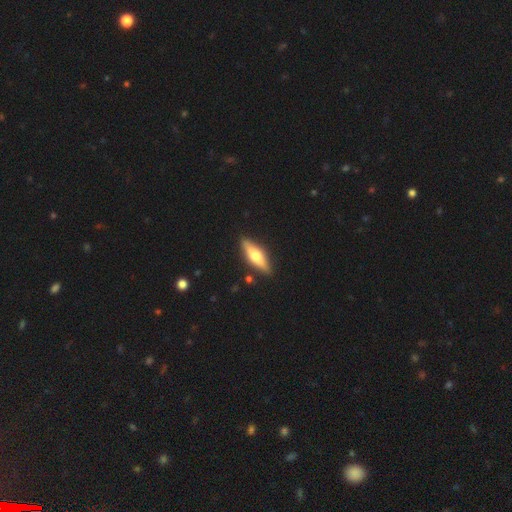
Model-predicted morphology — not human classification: Smooth or featured?
  - featured or disk: 51% *
  - smooth: 44%
  - star or artifact: 6%
Edge-on disk?
  - yes: 90% *
  - no: 10%
Merging?
  - none: 87% *
  - minor disturbance: 9%
  - major disturbance: 2%
  - merger: 2%